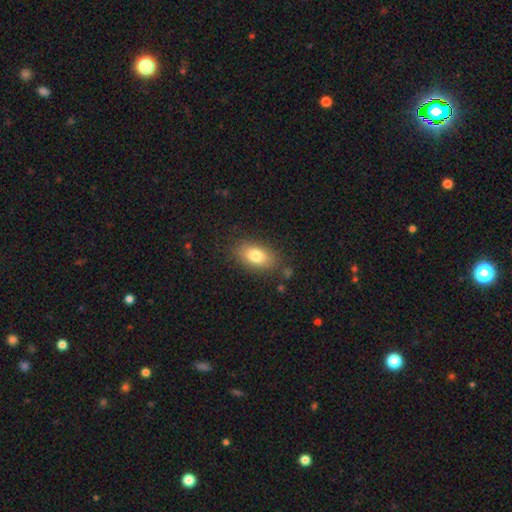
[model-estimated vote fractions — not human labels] Smooth or featured?
  - smooth: 81% *
  - featured or disk: 11%
  - star or artifact: 8%
How rounded?
  - in between: 88% *
  - round: 9%
  - cigar-shaped: 3%
Merging?
  - none: 82% *
  - minor disturbance: 12%
  - major disturbance: 4%
  - merger: 2%